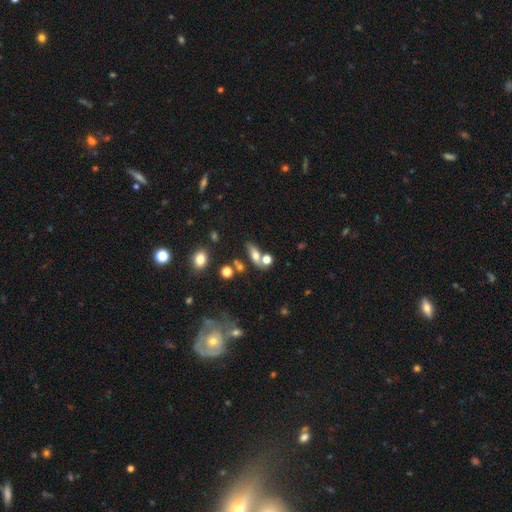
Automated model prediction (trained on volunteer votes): Smooth or featured? smooth (61%)
How rounded? in between (64%)
Merging? none (51%)